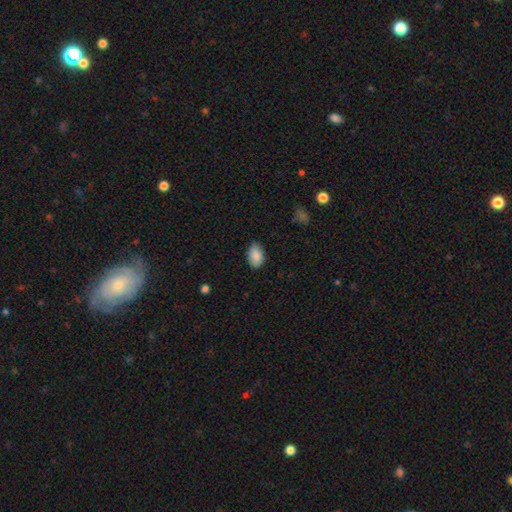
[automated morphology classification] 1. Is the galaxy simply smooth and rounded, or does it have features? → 88% smooth, 7% star or artifact, 5% featured or disk.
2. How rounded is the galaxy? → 90% in between, 9% round, 1% cigar-shaped.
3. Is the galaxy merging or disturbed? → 82% none, 15% minor disturbance, 3% major disturbance, 1% merger.